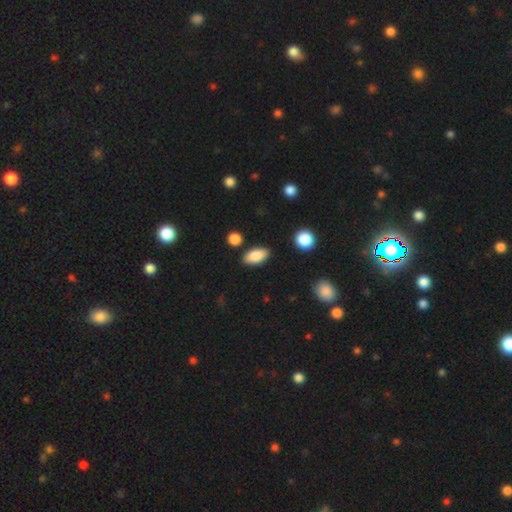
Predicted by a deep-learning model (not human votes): This is clearly a smooth galaxy (85%). How rounded: clearly in between (90%). Merging: clearly none (85%).